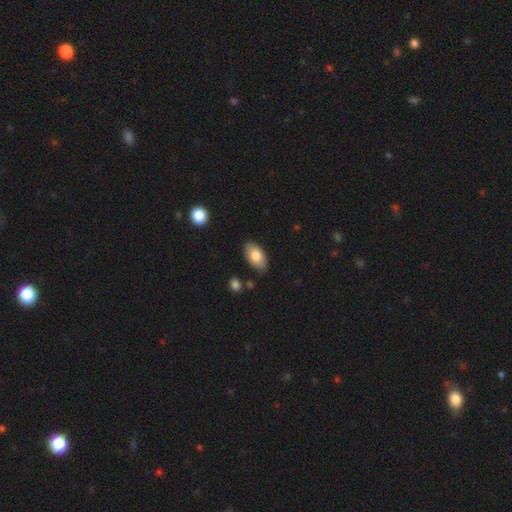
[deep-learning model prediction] Smooth or featured?
  - smooth: 80% *
  - featured or disk: 13%
  - star or artifact: 6%
How rounded?
  - in between: 94% *
  - round: 3%
  - cigar-shaped: 2%
Merging?
  - none: 85% *
  - minor disturbance: 11%
  - major disturbance: 2%
  - merger: 2%